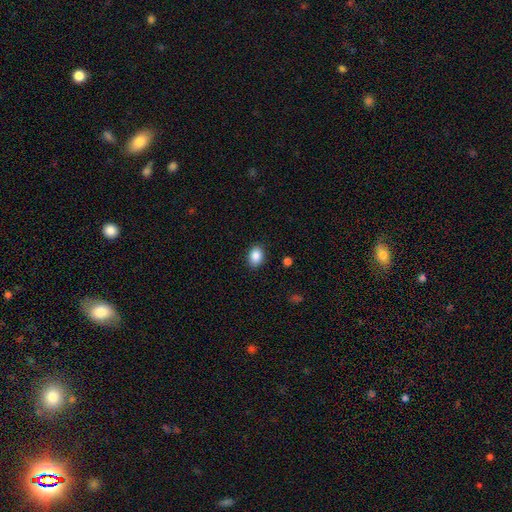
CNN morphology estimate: smooth 88%, star or artifact 8%, featured or disk 4%. Down the decision tree: how rounded — in between (68%); merging — none (88%).